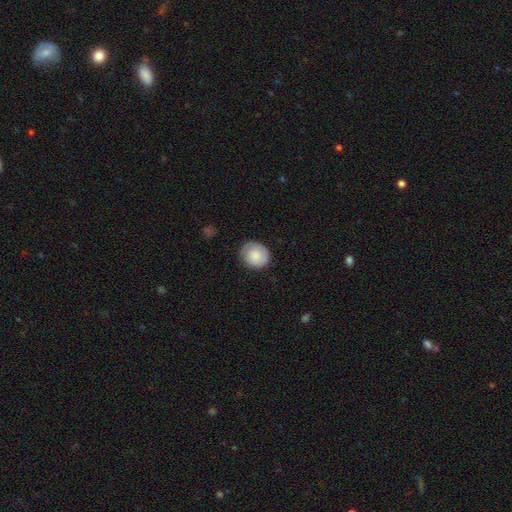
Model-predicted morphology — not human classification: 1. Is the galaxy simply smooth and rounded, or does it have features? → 81% smooth, 13% featured or disk, 7% star or artifact.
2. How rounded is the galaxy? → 77% round, 23% in between, 1% cigar-shaped.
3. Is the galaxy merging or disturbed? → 77% none, 18% minor disturbance, 4% major disturbance, 1% merger.